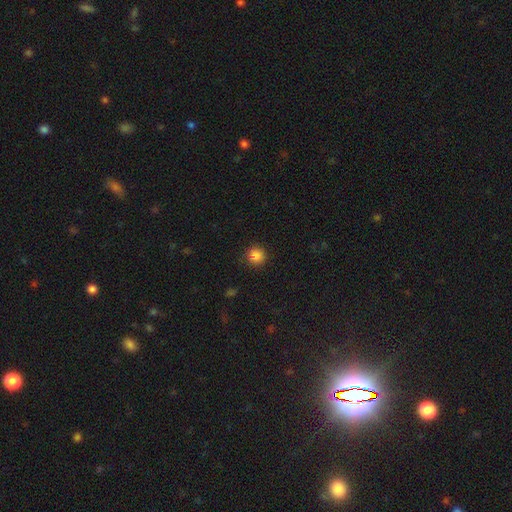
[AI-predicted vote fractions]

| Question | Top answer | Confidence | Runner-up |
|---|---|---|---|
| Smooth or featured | smooth | 85% | star or artifact (12%) |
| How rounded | round | 91% | in between (8%) |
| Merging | none | 86% | minor disturbance (9%) |